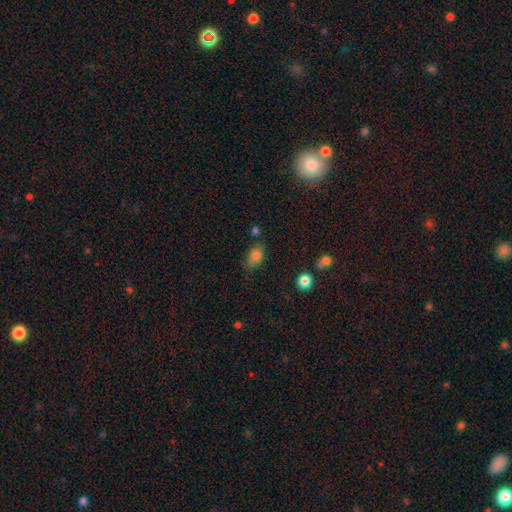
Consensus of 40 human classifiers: This is clearly a smooth galaxy (82%). How rounded: likely in between (79%). Merging: likely none (63%).